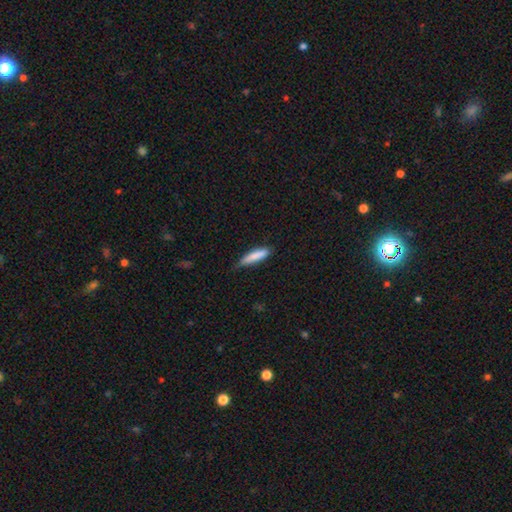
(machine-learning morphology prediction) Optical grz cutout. It shows a smooth galaxy with no disk features (83%) that is cigar-shaped (79%). Merging: none (66%).